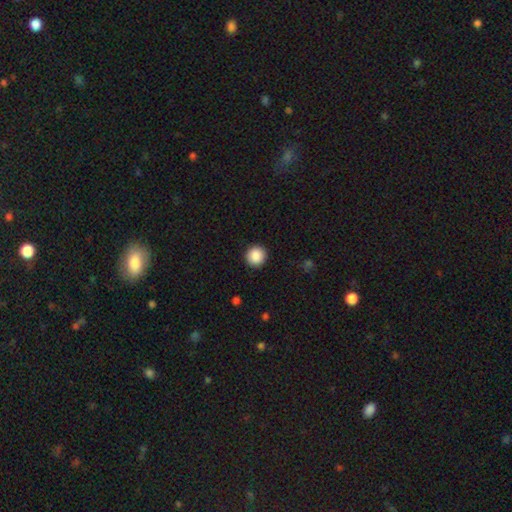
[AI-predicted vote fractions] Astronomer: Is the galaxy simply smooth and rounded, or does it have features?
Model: smooth — 89%.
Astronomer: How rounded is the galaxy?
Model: round — 95%.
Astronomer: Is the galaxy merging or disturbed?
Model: none — 93%.